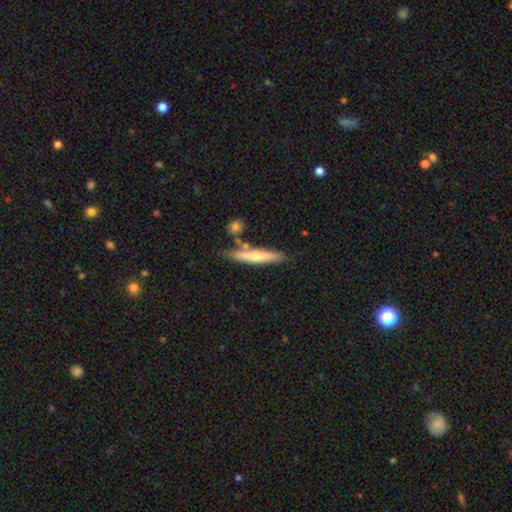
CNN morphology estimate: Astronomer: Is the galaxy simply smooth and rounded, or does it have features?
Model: smooth — 50% (runner-up: featured or disk, 45%).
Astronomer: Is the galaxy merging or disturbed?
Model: none — 75%.